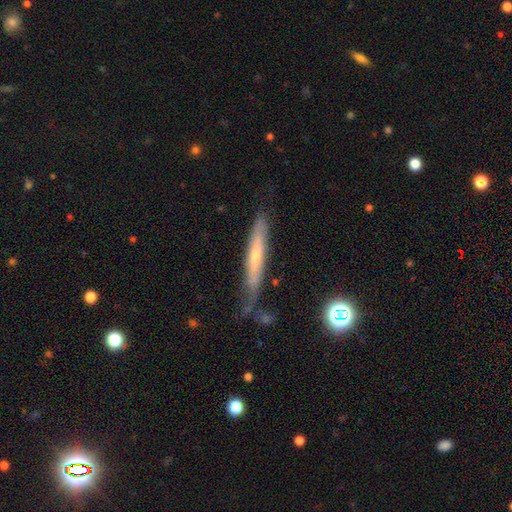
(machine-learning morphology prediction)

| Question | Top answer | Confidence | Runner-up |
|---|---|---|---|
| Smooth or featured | featured or disk | 52% | smooth (40%) |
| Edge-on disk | yes | 81% | no (19%) |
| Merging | none | 65% | minor disturbance (25%) |